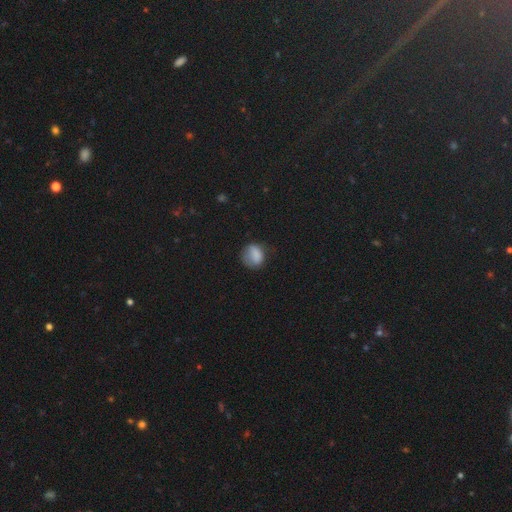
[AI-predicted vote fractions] smooth_or_featured: smooth (p=0.82) [alt: star or artifact p=0.10]
how_rounded: round (p=0.58) [alt: in between p=0.41]
merging: none (p=0.58) [alt: minor disturbance p=0.28]